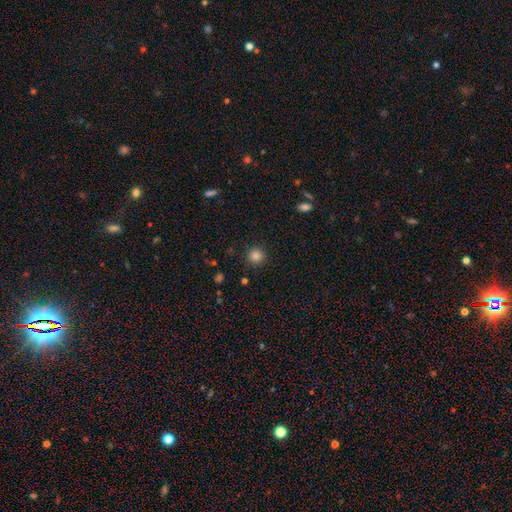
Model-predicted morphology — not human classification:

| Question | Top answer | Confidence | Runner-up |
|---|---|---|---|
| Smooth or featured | smooth | 84% | star or artifact (12%) |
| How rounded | round | 94% | in between (5%) |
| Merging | none | 90% | minor disturbance (6%) |